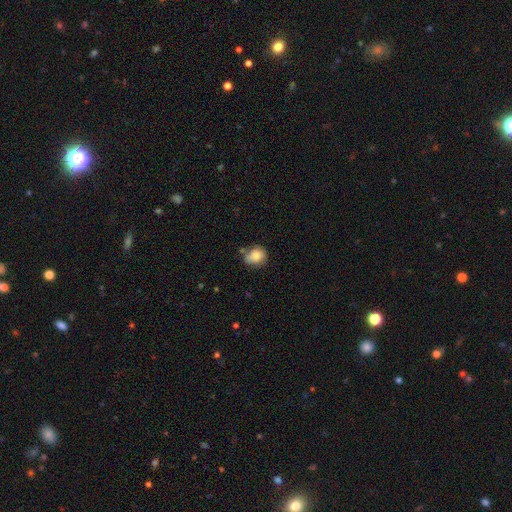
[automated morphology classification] Q: Smooth or featured?
A: smooth (79%); runner-up: featured or disk (13%)
Q: How rounded?
A: round (58%); runner-up: in between (41%)
Q: Merging?
A: none (52%); runner-up: minor disturbance (29%)